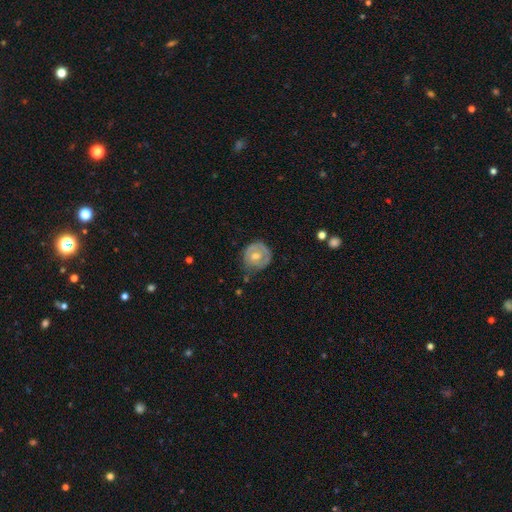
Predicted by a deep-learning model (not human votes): A featured or disk galaxy (55%) with no bar (71%), spiral arms (59%) and a moderate central bulge (66%). Merging: none (62%).